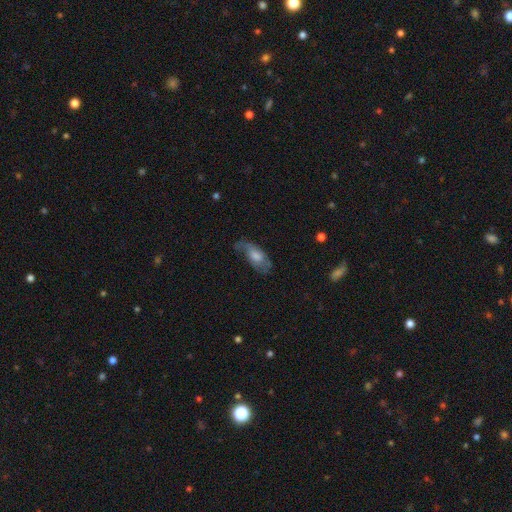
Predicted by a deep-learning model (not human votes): The model was most divided on "smooth or featured": featured or disk: 57%, smooth: 35%, star or artifact: 9%. Remaining: edge-on disk — no (87%); merging — none (49%).